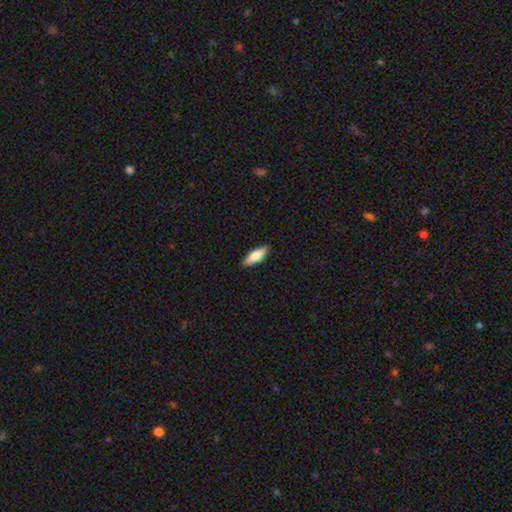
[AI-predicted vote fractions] smooth 71%, featured or disk 23%, star or artifact 6%. Down the decision tree: how rounded — in between (54%); merging — none (89%).